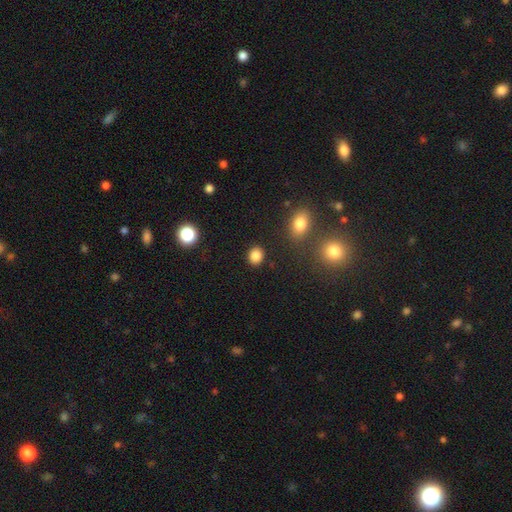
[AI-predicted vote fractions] This is clearly a smooth galaxy (85%). How rounded: likely round (66%). Merging: clearly none (89%).